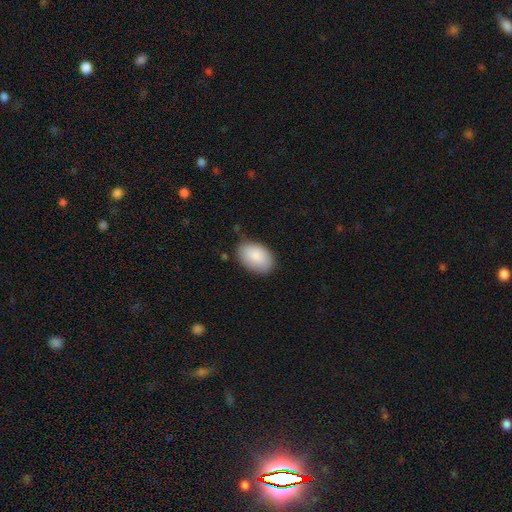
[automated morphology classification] This is clearly a smooth galaxy (88%). How rounded: clearly in between (90%). Merging: likely none (79%).